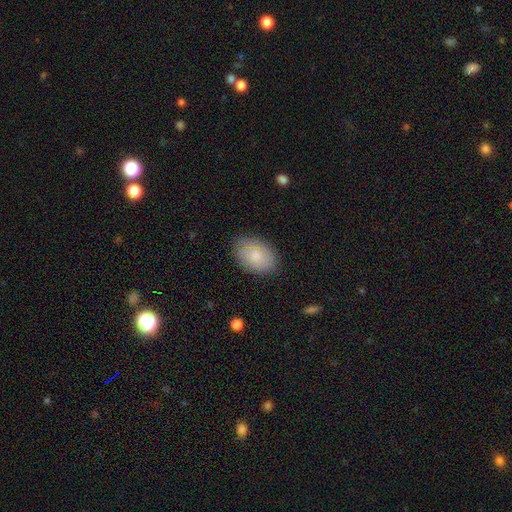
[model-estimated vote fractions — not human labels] A smooth galaxy with no disk features (75%) that is in between round and cigar-shaped (82%). Merging: none (80%).